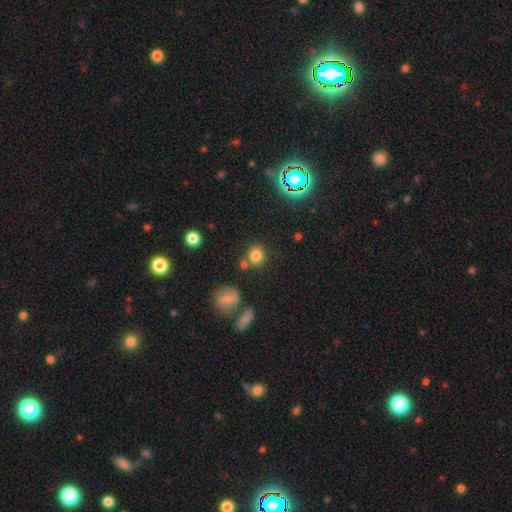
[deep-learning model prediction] Morphology: type=smooth (79%); roundness=round (76%); merging=none (71%).